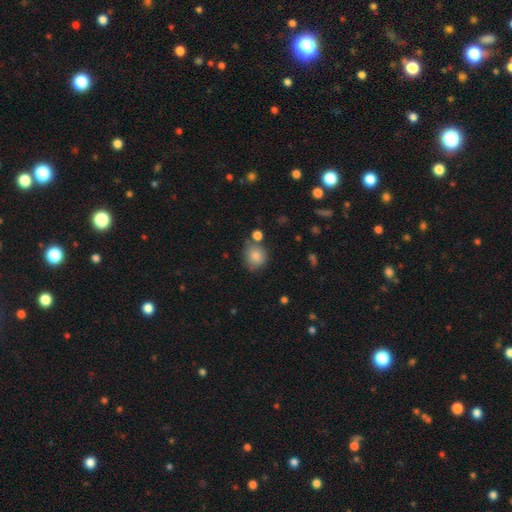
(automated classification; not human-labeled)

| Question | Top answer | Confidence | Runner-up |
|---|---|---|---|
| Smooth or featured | smooth | 83% | star or artifact (9%) |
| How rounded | round | 80% | in between (19%) |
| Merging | none | 68% | minor disturbance (16%) |